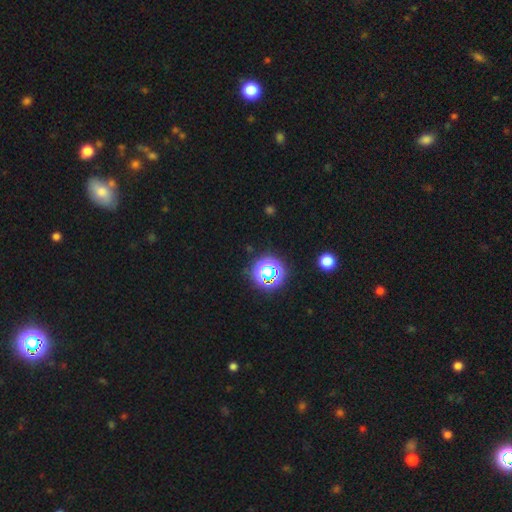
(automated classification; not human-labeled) Smooth or featured?
  - star or artifact: 72% *
  - smooth: 21%
  - featured or disk: 7%